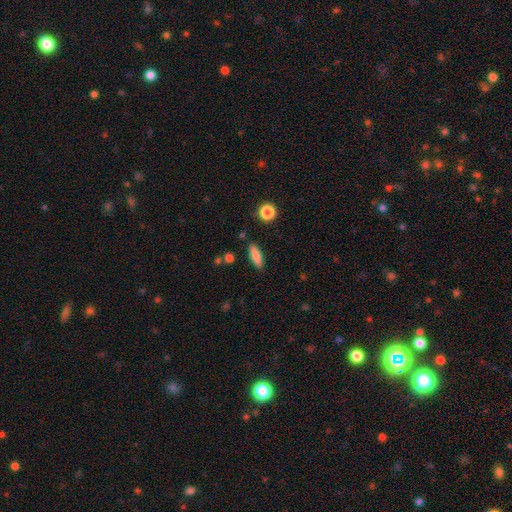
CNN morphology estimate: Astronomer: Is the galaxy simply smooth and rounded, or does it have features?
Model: smooth — 81%.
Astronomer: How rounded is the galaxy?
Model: in between — 49% (runner-up: cigar-shaped, 47%).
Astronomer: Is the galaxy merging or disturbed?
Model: none — 85%.